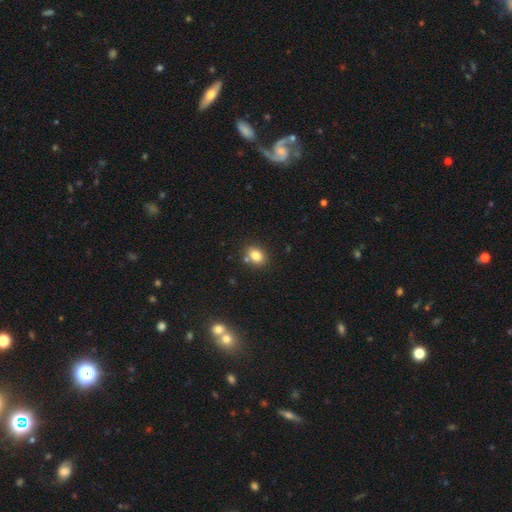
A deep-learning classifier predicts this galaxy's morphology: Q: Smooth or featured?
A: smooth (82%); runner-up: star or artifact (10%)
Q: How rounded?
A: in between (60%); runner-up: round (39%)
Q: Merging?
A: none (77%); runner-up: minor disturbance (11%)